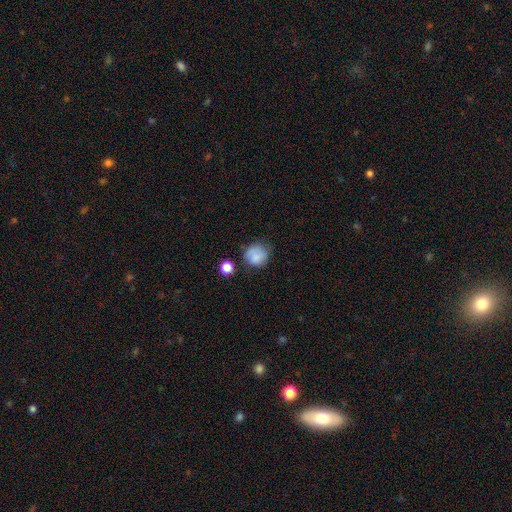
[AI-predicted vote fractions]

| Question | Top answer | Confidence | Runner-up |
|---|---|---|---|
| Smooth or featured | smooth | 78% | featured or disk (12%) |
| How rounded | round | 82% | in between (17%) |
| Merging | none | 63% | minor disturbance (24%) |